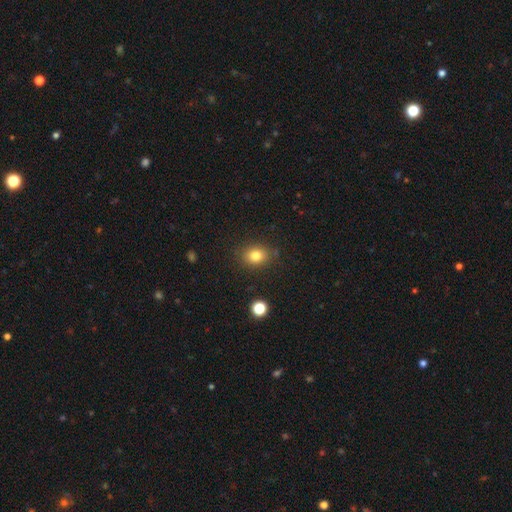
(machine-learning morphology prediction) Smooth or featured: smooth — 81% (star or artifact — 12%)
How rounded: round — 50% (in between — 49%)
Merging: none — 85% (minor disturbance — 10%)